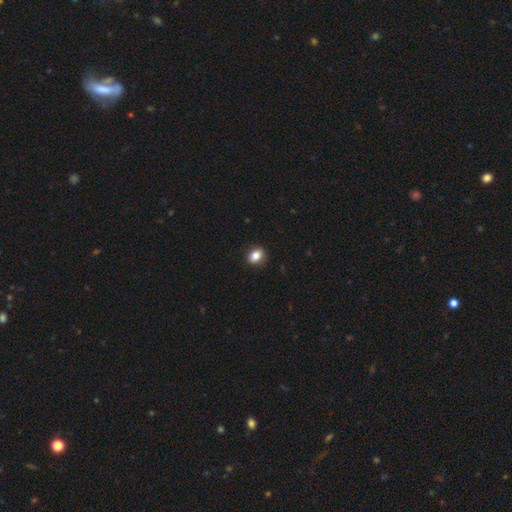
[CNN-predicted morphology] smooth 84%, star or artifact 9%, featured or disk 7%. Down the decision tree: how rounded — in between (57%); merging — none (89%).